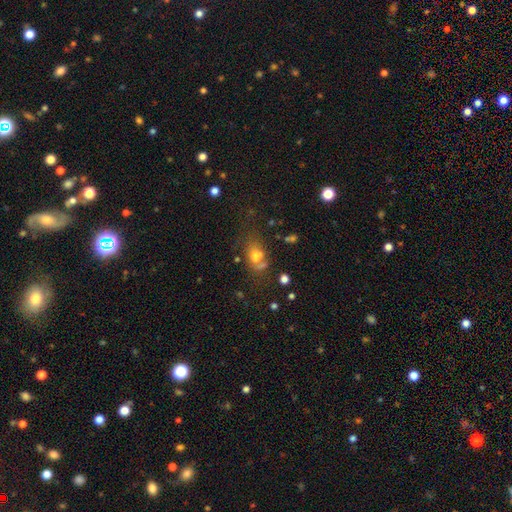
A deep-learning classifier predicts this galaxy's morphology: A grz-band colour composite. It shows a smooth galaxy with no disk features (66%) that is in between round and cigar-shaped (66%). Merging: none (42%).